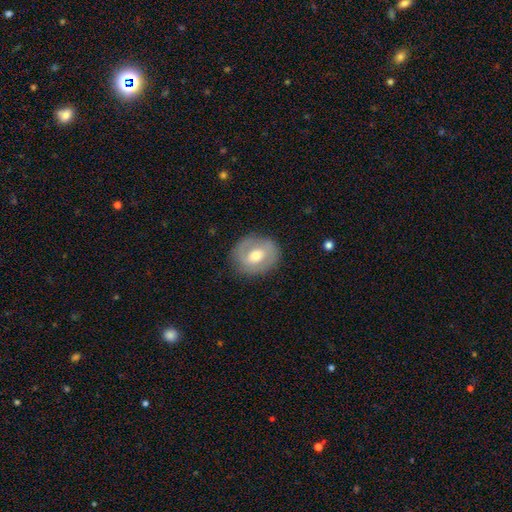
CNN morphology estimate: Smooth or featured: featured or disk — 49% (smooth — 44%)
Merging: none — 81% (minor disturbance — 13%)